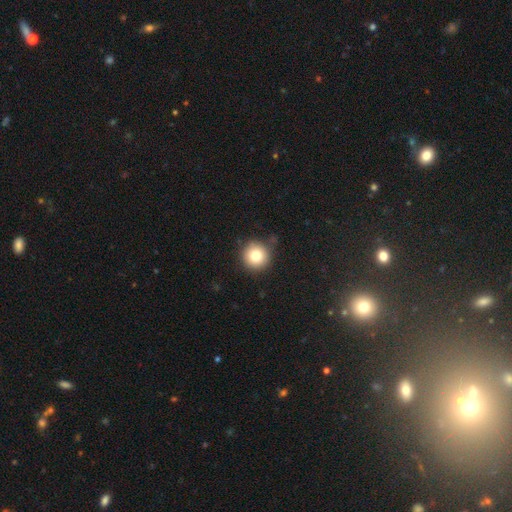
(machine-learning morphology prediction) smooth-or-featured: smooth: 79% | star or artifact: 11% | featured or disk: 10%
  how-rounded: round: 95% | in between: 4% | cigar-shaped: 1%
  merging: none: 86% | minor disturbance: 10% | major disturbance: 3% | merger: 2%